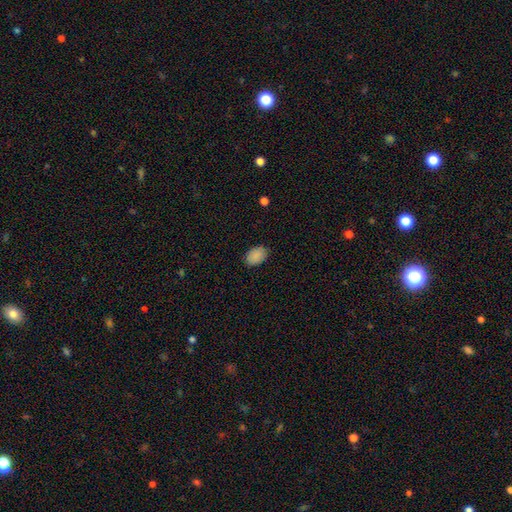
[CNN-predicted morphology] Q: Smooth or featured?
A: smooth (89%); runner-up: star or artifact (8%)
Q: How rounded?
A: in between (80%); runner-up: round (19%)
Q: Merging?
A: none (86%); runner-up: minor disturbance (11%)